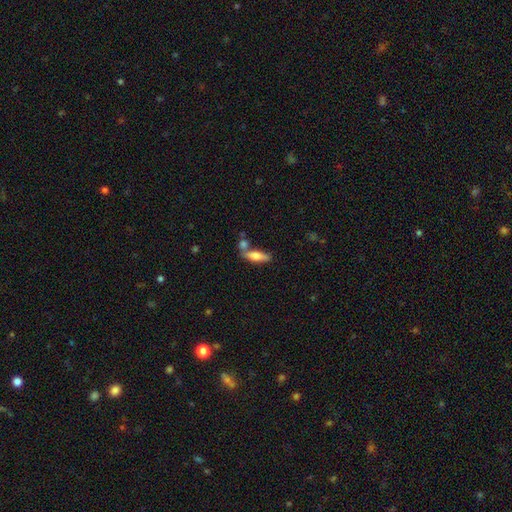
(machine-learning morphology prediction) Q: Smooth or featured?
A: smooth (66%); runner-up: featured or disk (27%)
Q: How rounded?
A: cigar-shaped (50%); runner-up: in between (48%)
Q: Merging?
A: none (55%); runner-up: merger (26%)